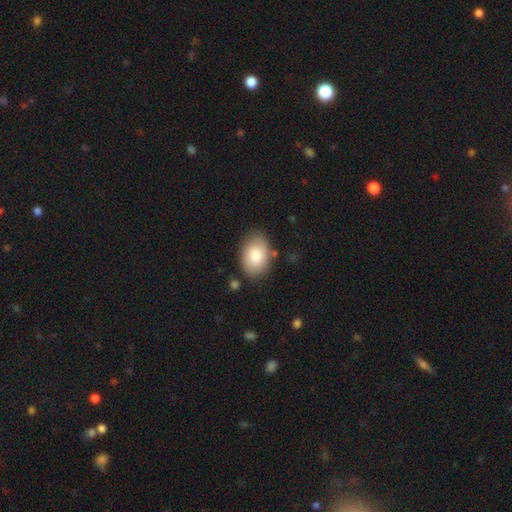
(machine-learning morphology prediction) This appears to be a smooth galaxy with no disk features (83%) that is in between round and cigar-shaped (85%). Merging: none (78%).